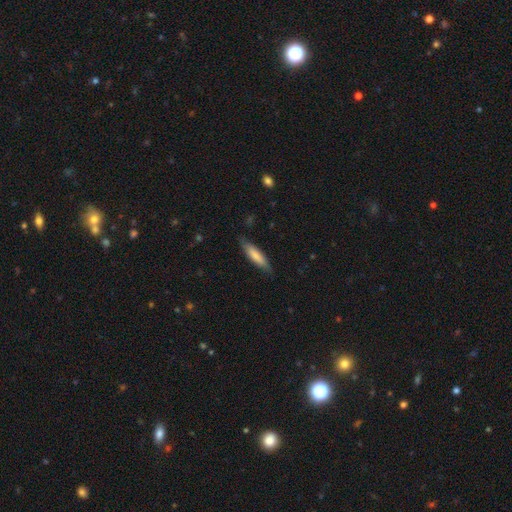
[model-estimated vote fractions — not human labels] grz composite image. It shows a smooth galaxy with no disk features (74%) that is cigar-shaped (68%). Merging: none (80%).